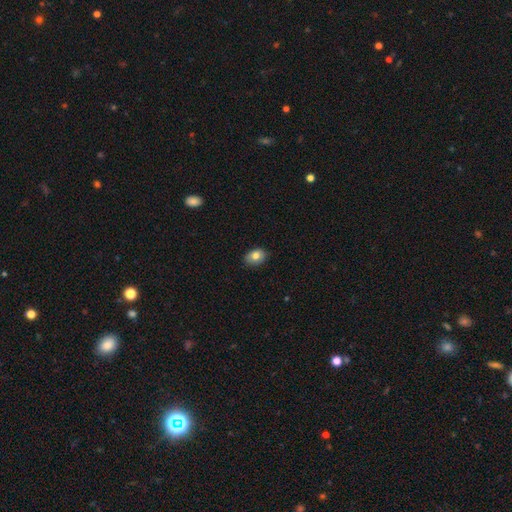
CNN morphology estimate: smooth 80%, featured or disk 12%, star or artifact 8%. Down the decision tree: how rounded — in between (74%); merging — none (85%).